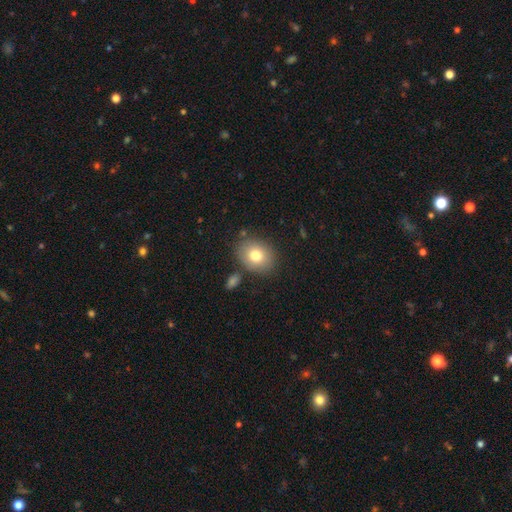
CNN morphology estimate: type=smooth (77%); roundness=in between (51%); merging=none (79%).